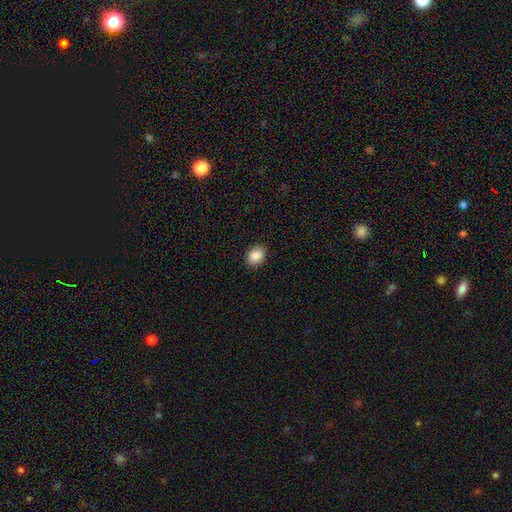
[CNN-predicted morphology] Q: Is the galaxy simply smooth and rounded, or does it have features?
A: smooth — 87%.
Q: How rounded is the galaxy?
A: in between — 59%.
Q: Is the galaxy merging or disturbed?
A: none — 89%.